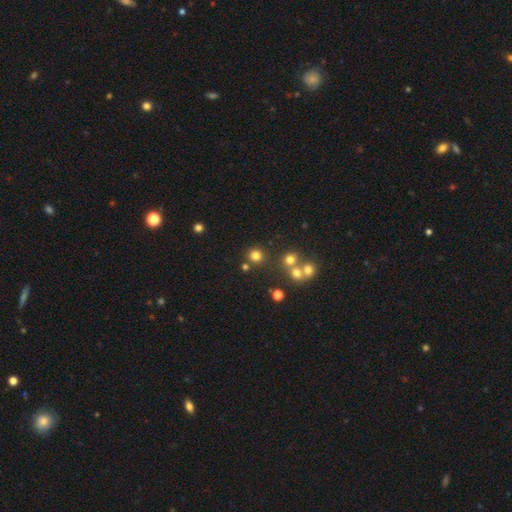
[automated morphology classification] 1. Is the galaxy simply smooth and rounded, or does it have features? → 75% smooth, 18% star or artifact, 7% featured or disk.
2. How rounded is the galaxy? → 93% round, 6% in between, 1% cigar-shaped.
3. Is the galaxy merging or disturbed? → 81% none, 10% merger, 7% minor disturbance, 3% major disturbance.